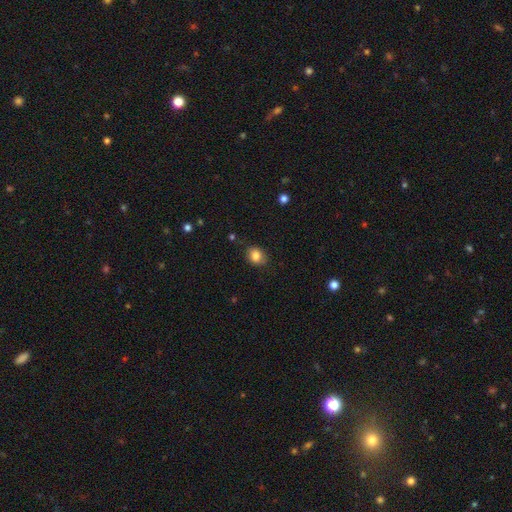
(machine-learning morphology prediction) smooth 84%, star or artifact 10%, featured or disk 7%. Down the decision tree: how rounded — round (53%); merging — none (82%).